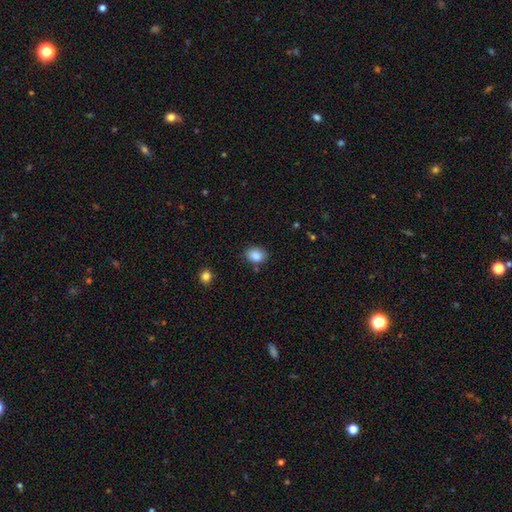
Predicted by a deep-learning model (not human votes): A smooth galaxy with no disk features (88%) that is in between round and cigar-shaped (64%).

Vote fractions:
- Smooth or featured? smooth: 88% / star or artifact: 9% / featured or disk: 4%
- How rounded? in between: 64% / round: 35% / cigar-shaped: 1%
- Merging? none: 79% / minor disturbance: 14% / major disturbance: 3% / merger: 3%